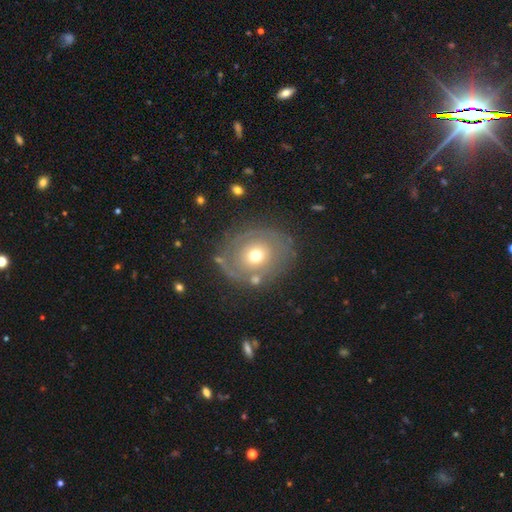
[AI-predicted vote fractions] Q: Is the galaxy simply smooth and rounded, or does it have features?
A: featured or disk — 50%.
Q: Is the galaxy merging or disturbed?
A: none — 74%.